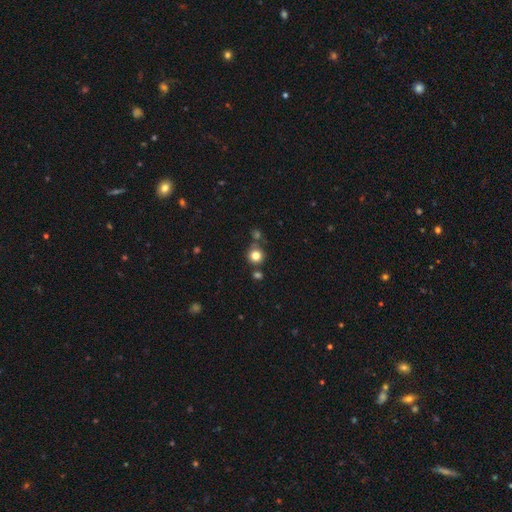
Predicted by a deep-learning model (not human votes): This appears to be a smooth galaxy with no disk features (81%) that is round (92%). Merging: none (77%).